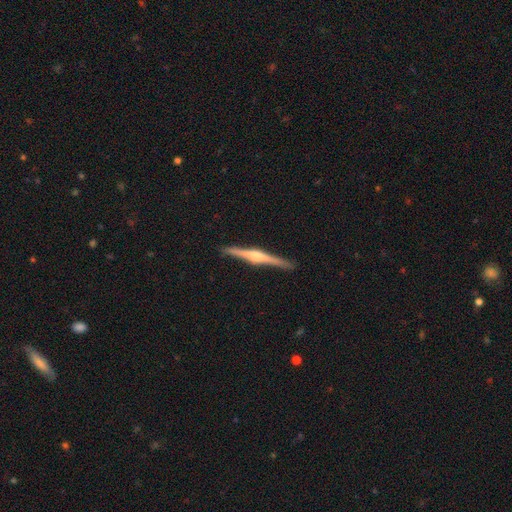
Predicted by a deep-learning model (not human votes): This appears to be a featured or disk galaxy (82%) viewed edge-on (99%) with a rounded central bulge (76%). Merging: none (92%).